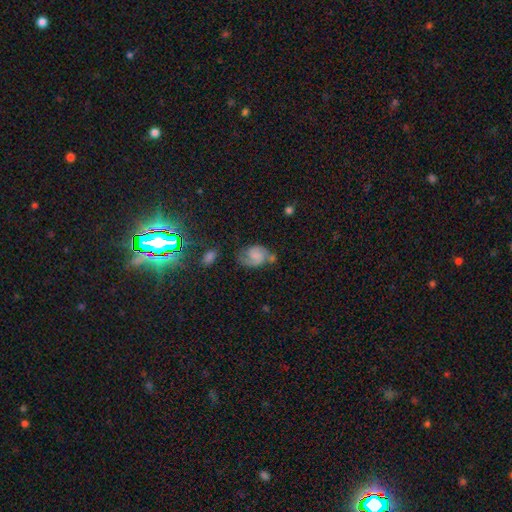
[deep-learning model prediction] Q: Smooth or featured?
A: featured or disk (61%); runner-up: smooth (29%)
Q: Edge-on disk?
A: no (98%); runner-up: yes (2%)
Q: Bar?
A: no (52%); runner-up: weak (39%)
Q: Spiral arms?
A: yes (91%); runner-up: no (9%)
Q: Spiral winding?
A: medium (49%); runner-up: tight (26%)
Q: Spiral arm count?
A: 2 (83%); runner-up: 1 (8%)
Q: Bulge size?
A: none (52%); runner-up: small (23%)
Q: Merging?
A: none (49%); runner-up: minor disturbance (26%)